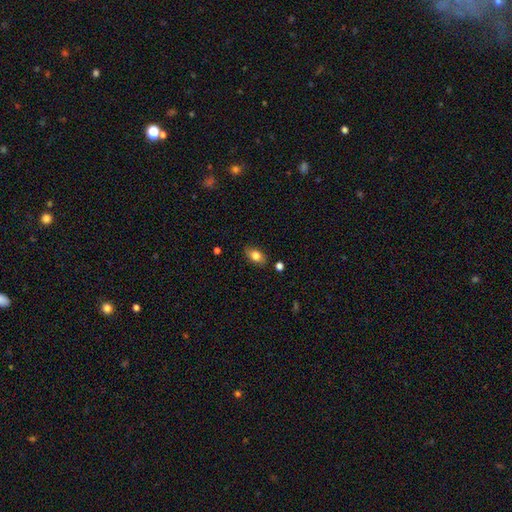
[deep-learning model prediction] A smooth galaxy with no disk features (79%) that is in between round and cigar-shaped (87%).

Vote fractions:
- Smooth or featured? smooth: 79% / featured or disk: 13% / star or artifact: 8%
- How rounded? in between: 87% / round: 10% / cigar-shaped: 4%
- Merging? none: 82% / minor disturbance: 13% / major disturbance: 3% / merger: 2%